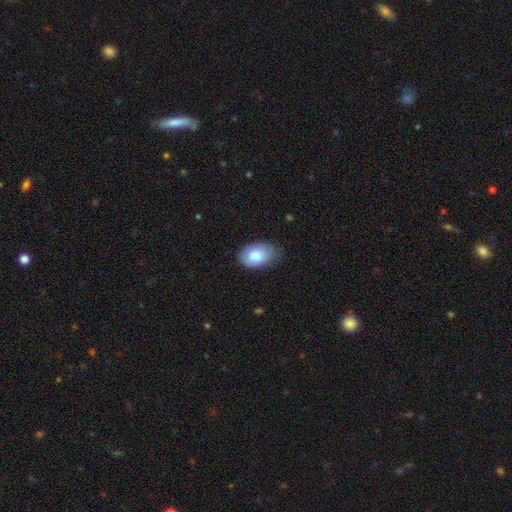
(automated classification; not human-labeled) Morphology: type=smooth (83%); roundness=in between (90%); merging=none (70%).